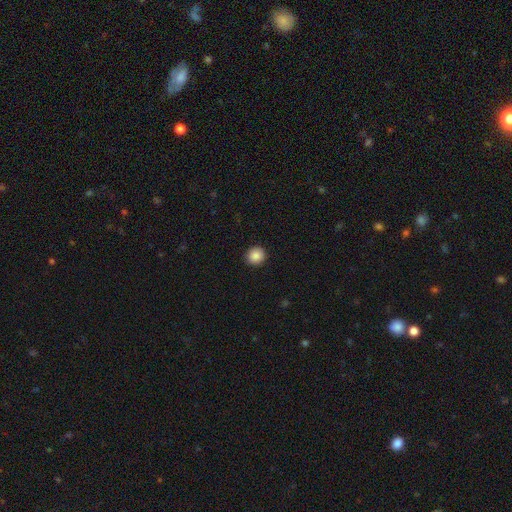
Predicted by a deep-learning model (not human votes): Overall: smooth (88%). How rounded: round (93%). Merging: none (93%).